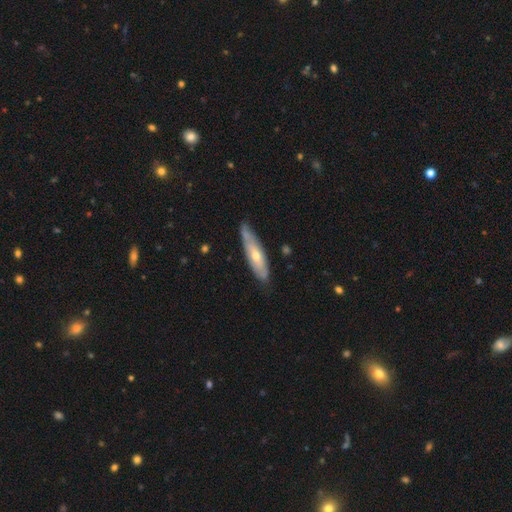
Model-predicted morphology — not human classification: Smooth or featured? Predicted: featured or disk (p=0.56). Edge-on disk? Predicted: no (p=0.51). Merging? Predicted: none (p=0.74).